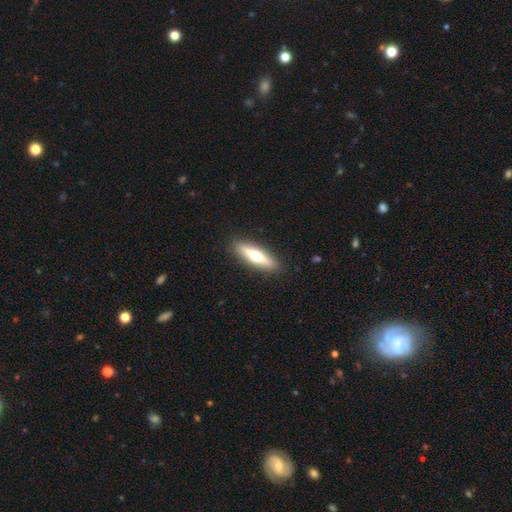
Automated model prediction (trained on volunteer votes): Smooth or featured: smooth — 48% (featured or disk — 47%)
Merging: none — 90% (minor disturbance — 7%)